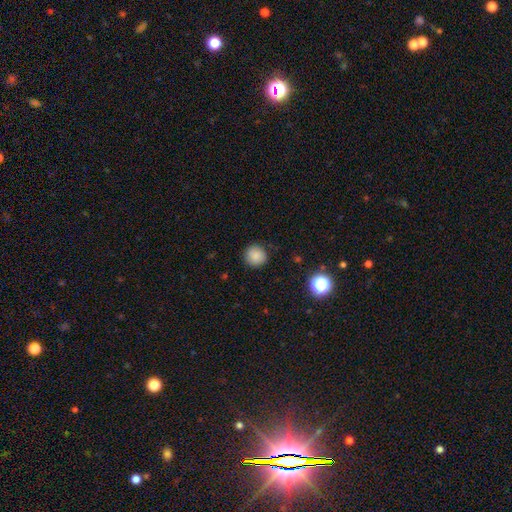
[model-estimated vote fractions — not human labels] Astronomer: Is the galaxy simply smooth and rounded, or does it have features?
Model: smooth — 85%.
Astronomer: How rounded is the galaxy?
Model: round — 94%.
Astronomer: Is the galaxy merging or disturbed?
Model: none — 89%.